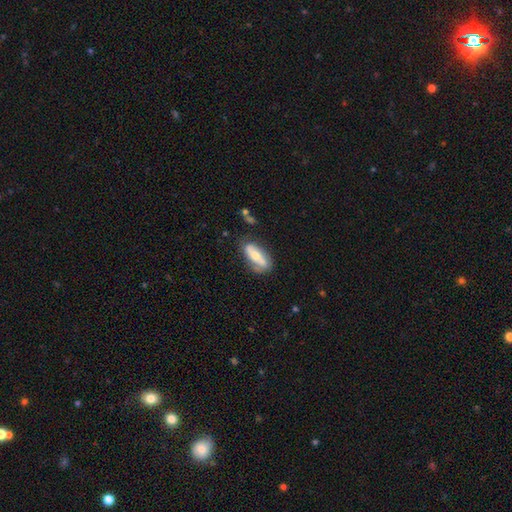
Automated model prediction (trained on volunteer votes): Smooth or featured: smooth — 49% (featured or disk — 45%)
Merging: none — 65% (minor disturbance — 23%)